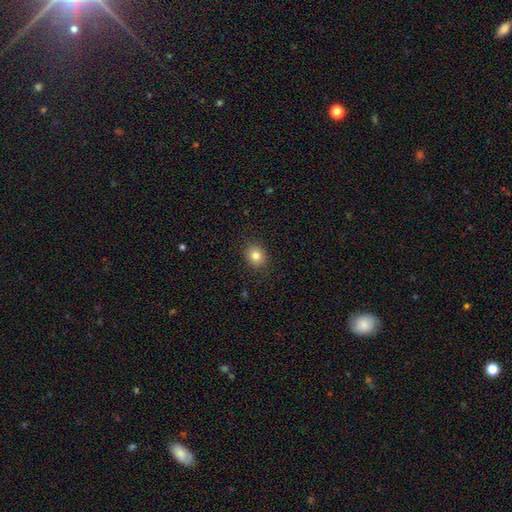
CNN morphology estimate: smooth-or-featured: smooth: 83% | star or artifact: 11% | featured or disk: 7%
  how-rounded: round: 69% | in between: 30% | cigar-shaped: 1%
  merging: none: 89% | minor disturbance: 8% | major disturbance: 2% | merger: 1%